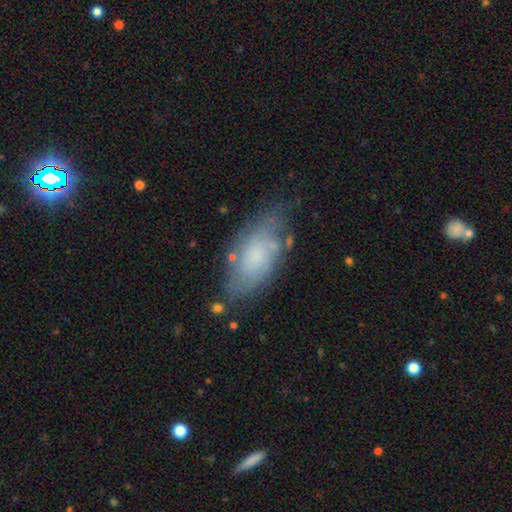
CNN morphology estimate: type=smooth (50%); roundness=in between (88%); merging=none (64%).